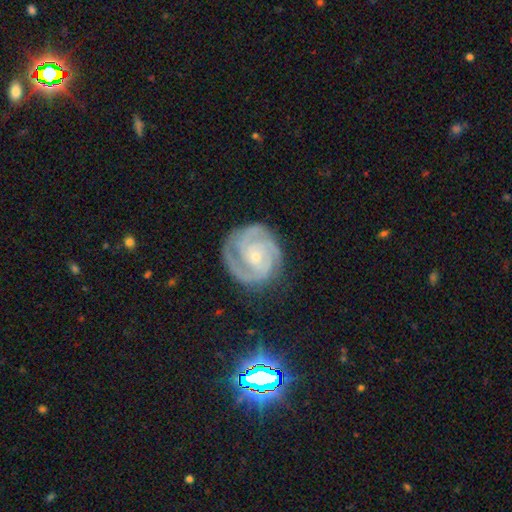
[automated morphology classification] The model was most divided on "spiral arm count": 3: 40%, 2: 29%, can't tell: 13%, 4: 8%, 1: 5%, more than 4: 5%. More confident: edge-on disk — no (98%); spiral arms — yes (98%); smooth or featured — featured or disk (89%); merging — none (77%); bulge size — small (75%); spiral winding — tight (71%); bar — no (69%).